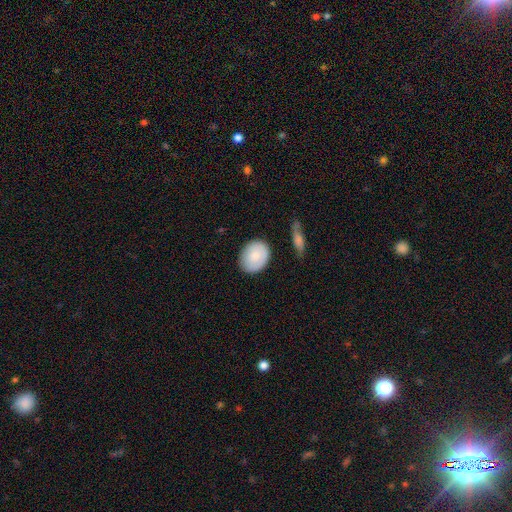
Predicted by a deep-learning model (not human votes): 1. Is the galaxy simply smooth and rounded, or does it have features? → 79% smooth, 15% featured or disk, 6% star or artifact.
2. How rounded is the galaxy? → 52% in between, 47% round, 1% cigar-shaped.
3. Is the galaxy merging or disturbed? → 79% none, 15% minor disturbance, 3% major disturbance, 3% merger.